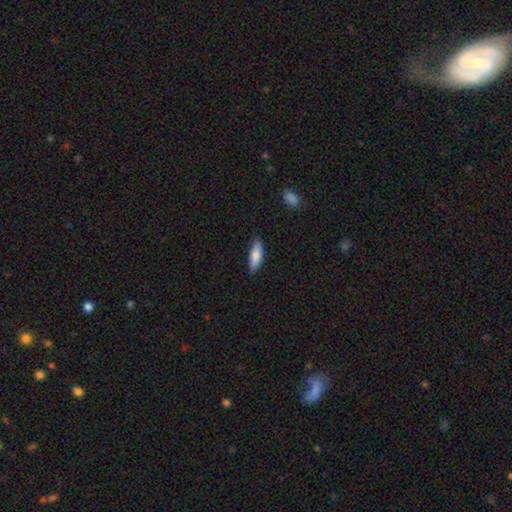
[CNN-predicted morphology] Q: Smooth or featured?
A: smooth (81%); runner-up: featured or disk (13%)
Q: How rounded?
A: cigar-shaped (49%); tied with: in between (49%)
Q: Merging?
A: none (86%); runner-up: minor disturbance (11%)